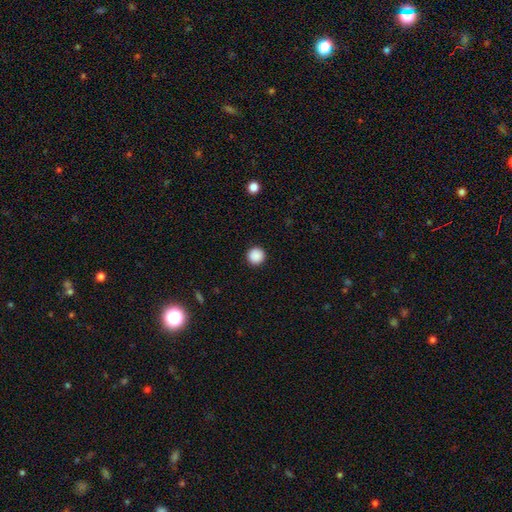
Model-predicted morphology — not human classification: A smooth galaxy with no disk features (89%) that is round (96%).

Vote fractions:
- Smooth or featured? smooth: 89% / star or artifact: 9% / featured or disk: 2%
- How rounded? round: 96% / in between: 3% / cigar-shaped: 1%
- Merging? none: 93% / minor disturbance: 4% / major disturbance: 2% / merger: 1%